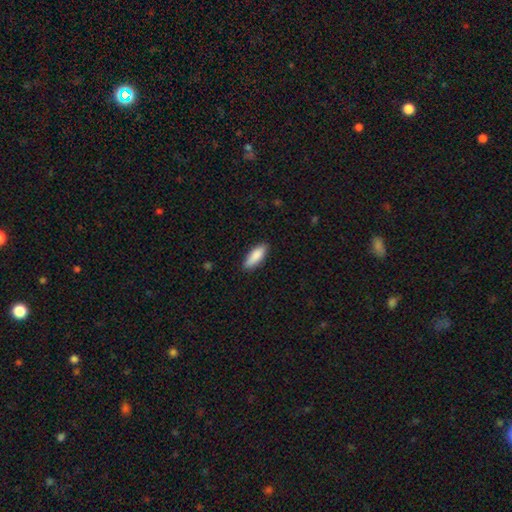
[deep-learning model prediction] Q: Smooth or featured?
A: smooth (86%); runner-up: featured or disk (8%)
Q: How rounded?
A: in between (64%); runner-up: cigar-shaped (34%)
Q: Merging?
A: none (86%); runner-up: minor disturbance (11%)